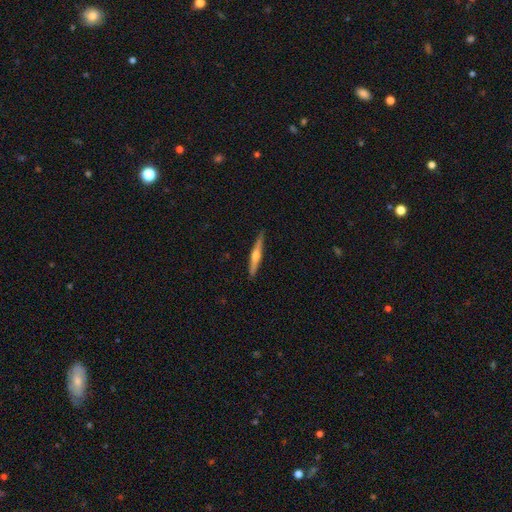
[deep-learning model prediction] Overall: featured or disk (67%; smooth 27%). Edge-on disk: yes (98%). Edge-on bulge: rounded (91%). Merging: none (88%).